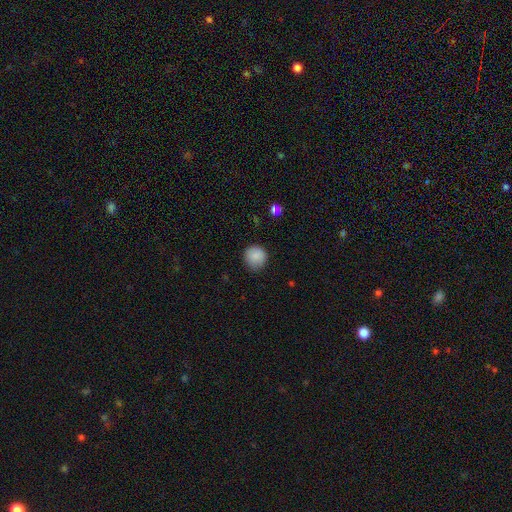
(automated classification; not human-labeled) The model was most divided on "merging": none: 80%, minor disturbance: 16%, major disturbance: 3%, merger: 1%. More confident: how rounded — round (91%); smooth or featured — smooth (86%).